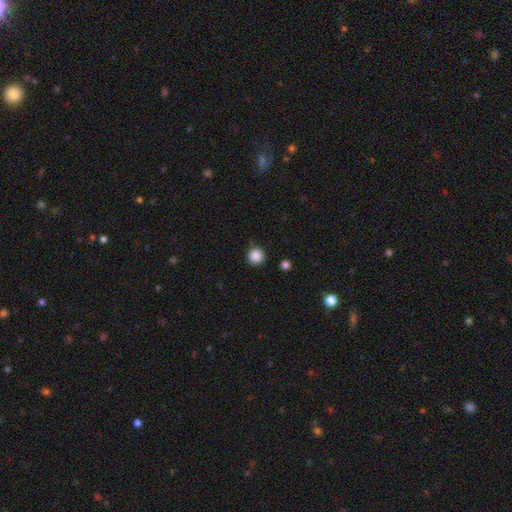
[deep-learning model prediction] smooth_or_featured: smooth (p=0.87) [alt: star or artifact p=0.10]
how_rounded: round (p=0.95) [alt: in between p=0.04]
merging: none (p=0.88) [alt: minor disturbance p=0.07]